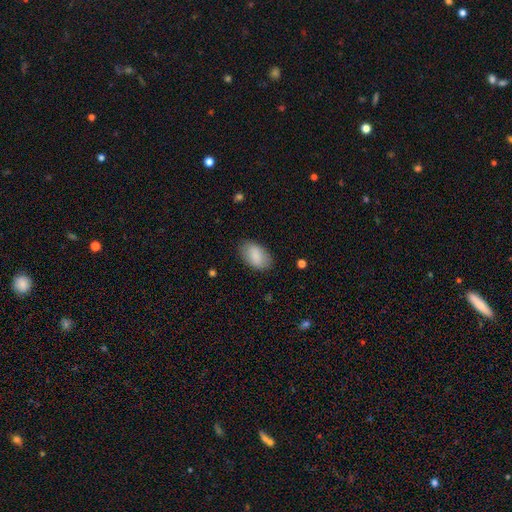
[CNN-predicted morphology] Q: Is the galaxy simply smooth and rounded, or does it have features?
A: smooth — 86%.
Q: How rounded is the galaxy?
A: in between — 93%.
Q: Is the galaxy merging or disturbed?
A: none — 83%.